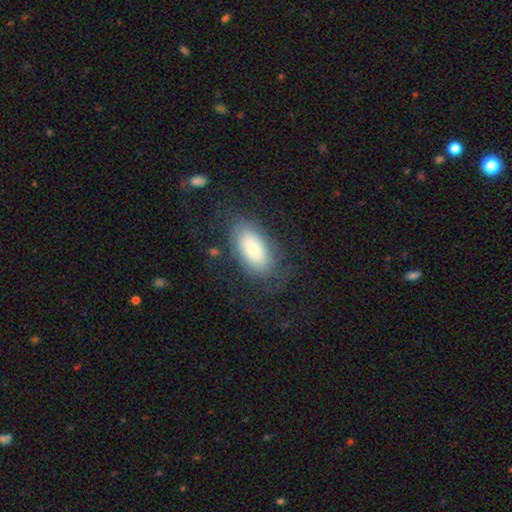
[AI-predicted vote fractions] smooth_or_featured: smooth (p=0.64) [alt: featured or disk p=0.28]
how_rounded: in between (p=0.93) [alt: cigar-shaped p=0.04]
merging: none (p=0.66) [alt: minor disturbance p=0.19]